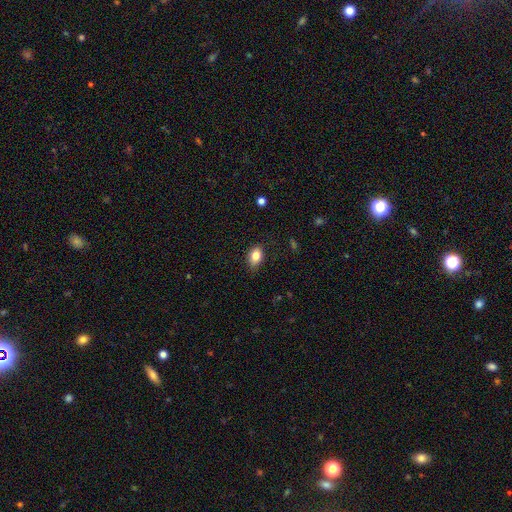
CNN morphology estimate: Smooth or featured? smooth (83%)
How rounded? in between (80%)
Merging? none (80%)